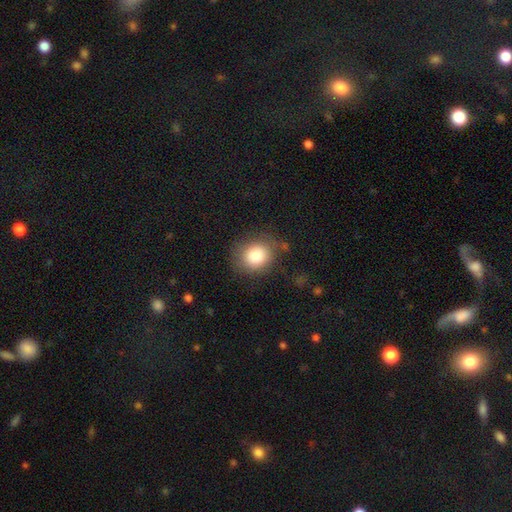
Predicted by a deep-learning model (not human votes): Smooth or featured?
  - smooth: 84% *
  - star or artifact: 9%
  - featured or disk: 7%
How rounded?
  - round: 72% *
  - in between: 27%
  - cigar-shaped: 1%
Merging?
  - none: 77% *
  - minor disturbance: 15%
  - major disturbance: 6%
  - merger: 2%